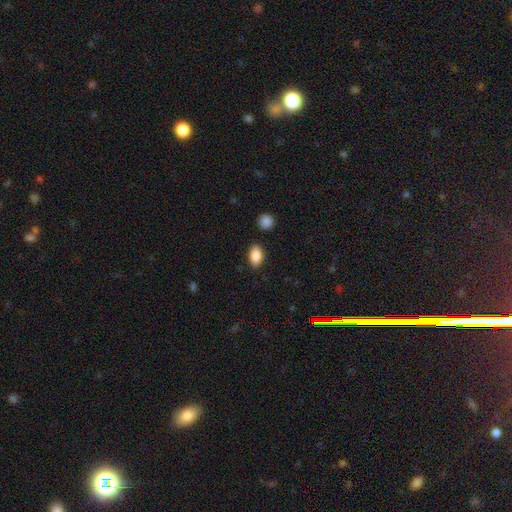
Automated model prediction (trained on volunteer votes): A smooth galaxy with no disk features (86%) that is in between round and cigar-shaped (89%).

Vote fractions:
- Smooth or featured? smooth: 86% / star or artifact: 8% / featured or disk: 6%
- How rounded? in between: 89% / round: 7% / cigar-shaped: 4%
- Merging? none: 86% / minor disturbance: 9% / major disturbance: 2% / merger: 2%